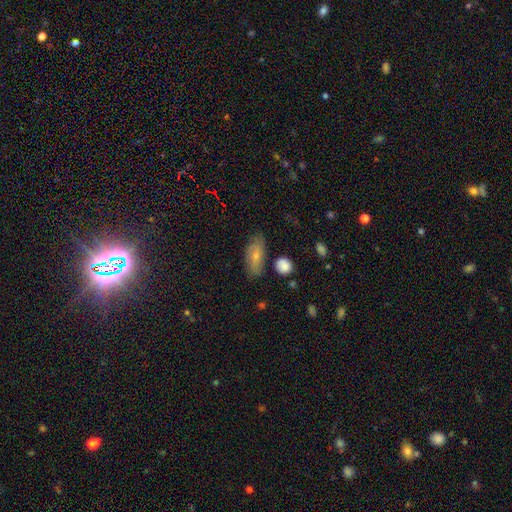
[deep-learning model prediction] A smooth galaxy with no disk features (68%) that is in between round and cigar-shaped (84%).

Vote fractions:
- Smooth or featured? smooth: 68% / featured or disk: 25% / star or artifact: 7%
- How rounded? in between: 84% / cigar-shaped: 12% / round: 5%
- Merging? none: 71% / minor disturbance: 21% / major disturbance: 5% / merger: 3%